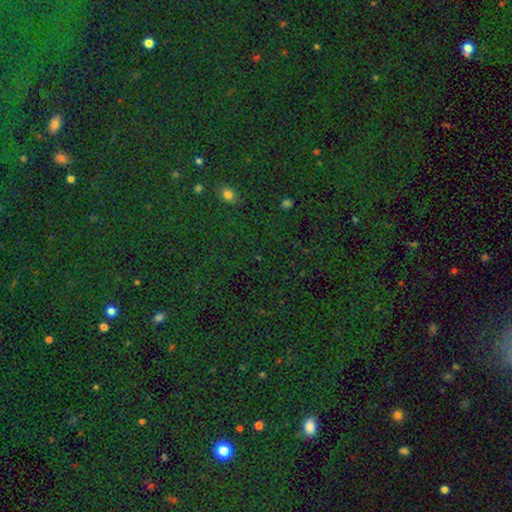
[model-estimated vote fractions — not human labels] Morphology: type=star or artifact (78%).